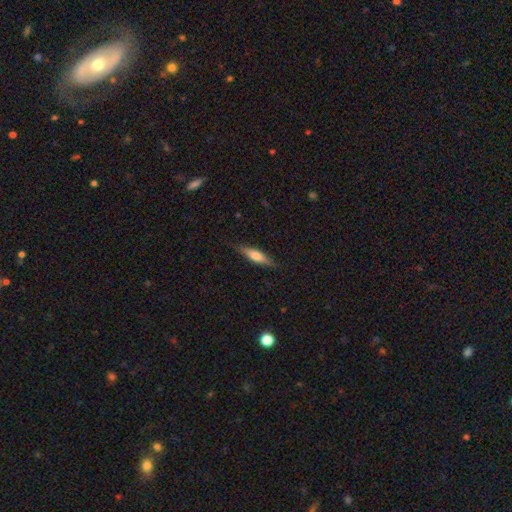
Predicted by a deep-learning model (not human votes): A smooth galaxy with no disk features (51%) that is cigar-shaped (69%).

Vote fractions:
- Smooth or featured? smooth: 51% / featured or disk: 43% / star or artifact: 6%
- How rounded? cigar-shaped: 69% / in between: 29% / round: 2%
- Merging? none: 84% / minor disturbance: 12% / major disturbance: 3% / merger: 1%